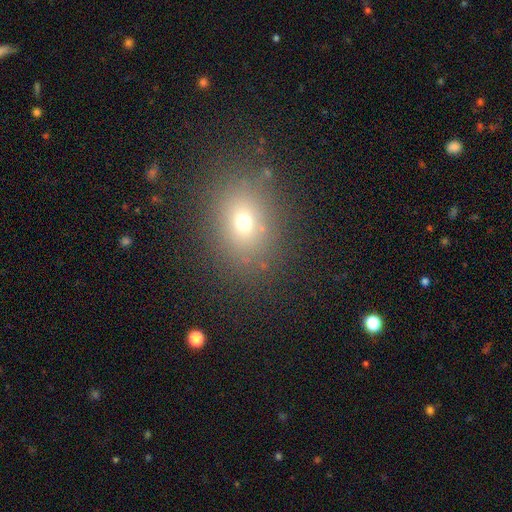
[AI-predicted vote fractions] Smooth or featured? smooth (63%)
How rounded? in between (49%, tied with round)
Merging? none (87%)